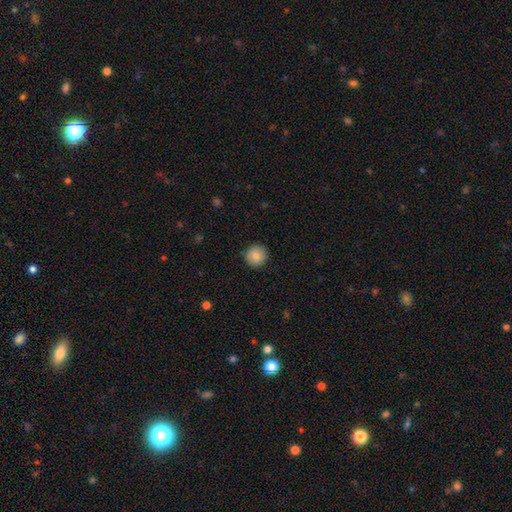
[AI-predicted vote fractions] Smooth or featured? smooth (82%)
How rounded? round (95%)
Merging? none (91%)